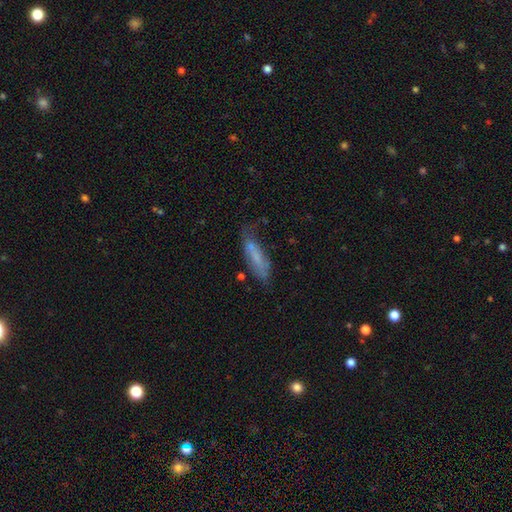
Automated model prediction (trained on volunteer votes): smooth-or-featured: smooth: 54% | featured or disk: 36% | star or artifact: 9%
  how-rounded: cigar-shaped: 61% | in between: 37% | round: 2%
  merging: none: 51% | minor disturbance: 29% | major disturbance: 15% | merger: 6%